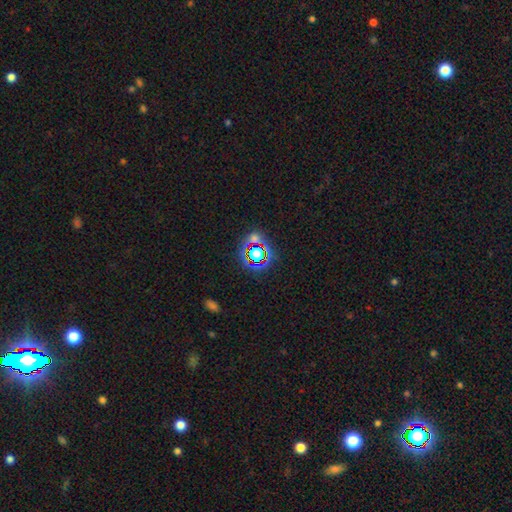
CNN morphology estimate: smooth_or_featured: star or artifact (p=0.63) [alt: smooth p=0.26]